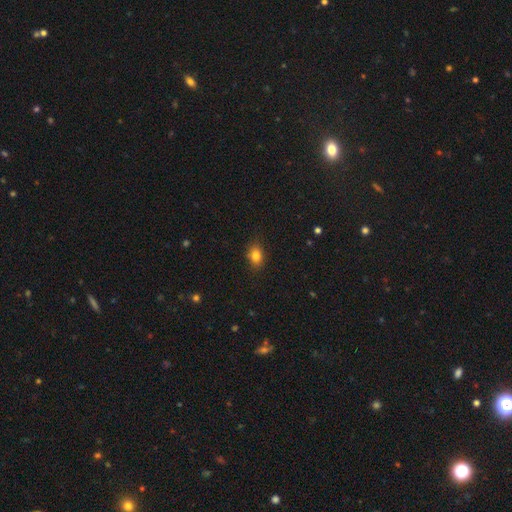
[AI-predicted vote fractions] Q: Smooth or featured?
A: smooth (82%); runner-up: star or artifact (11%)
Q: How rounded?
A: in between (71%); runner-up: round (27%)
Q: Merging?
A: none (86%); runner-up: minor disturbance (11%)